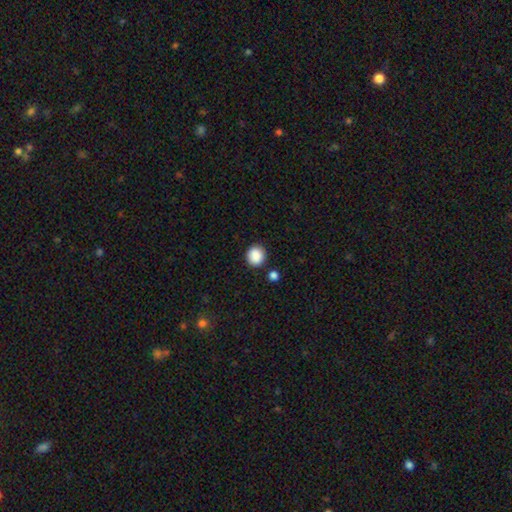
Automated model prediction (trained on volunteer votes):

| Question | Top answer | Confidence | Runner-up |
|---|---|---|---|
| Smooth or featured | smooth | 89% | star or artifact (9%) |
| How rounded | round | 86% | in between (13%) |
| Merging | none | 87% | minor disturbance (7%) |